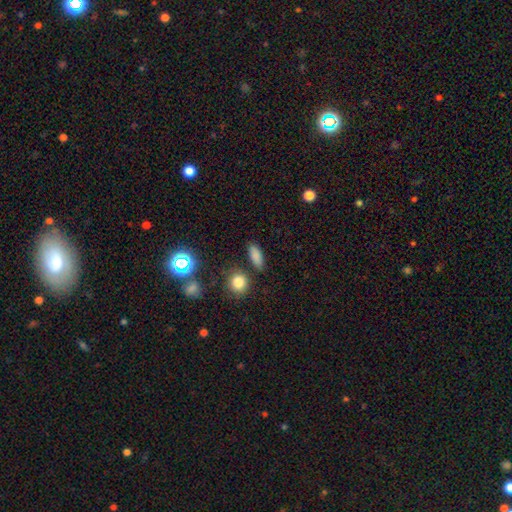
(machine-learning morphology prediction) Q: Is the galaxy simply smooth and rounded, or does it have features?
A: smooth — 81%.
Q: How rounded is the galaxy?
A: in between — 71%.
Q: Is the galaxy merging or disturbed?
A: none — 82%.